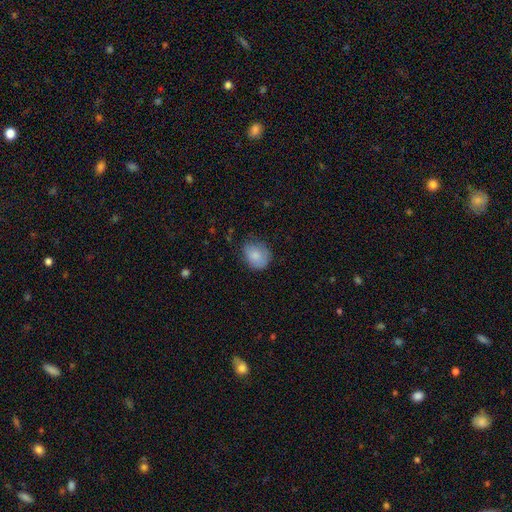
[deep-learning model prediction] Morphology: type=smooth (82%); roundness=round (57%); merging=none (66%).